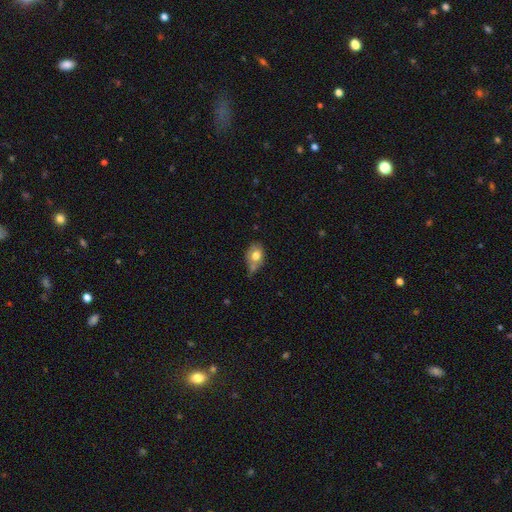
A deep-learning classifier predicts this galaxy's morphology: Smooth or featured? smooth (74%)
How rounded? in between (64%)
Merging? none (41%)